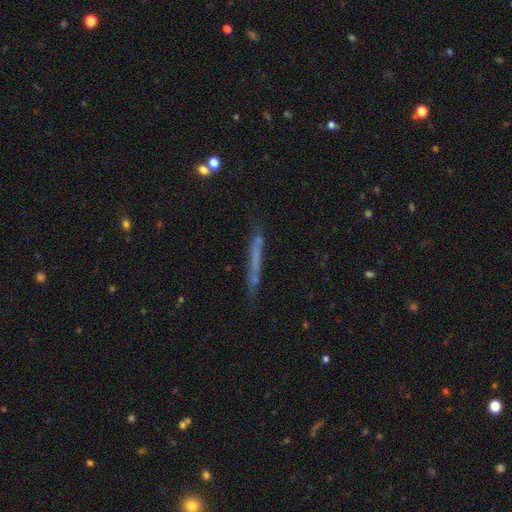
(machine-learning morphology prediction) Smooth or featured? smooth (51%)
How rounded? cigar-shaped (95%)
Merging? none (76%)